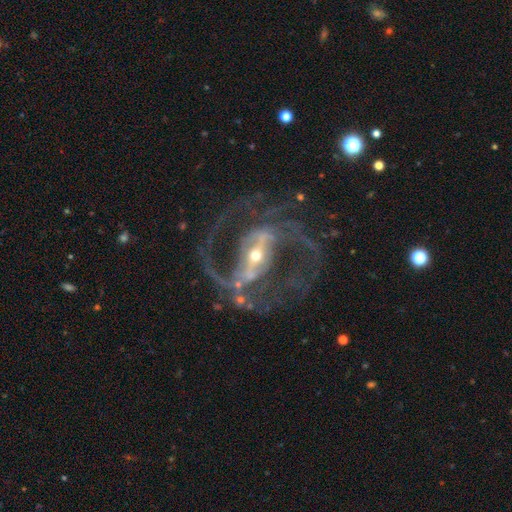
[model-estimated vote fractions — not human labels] smooth_or_featured: featured or disk (p=0.91) [alt: star or artifact p=0.06]
disk_edge_on: no (p=0.96) [alt: yes p=0.04]
bar: strong (p=0.70) [alt: weak p=0.22]
has_spiral_arms: yes (p=0.95) [alt: no p=0.05]
spiral_winding: medium (p=0.54) [alt: loose p=0.30]
spiral_arm_count: 2 (p=0.70) [alt: 3 p=0.10]
bulge_size: small (p=0.58) [alt: moderate p=0.37]
merging: none (p=0.63) [alt: major disturbance p=0.19]